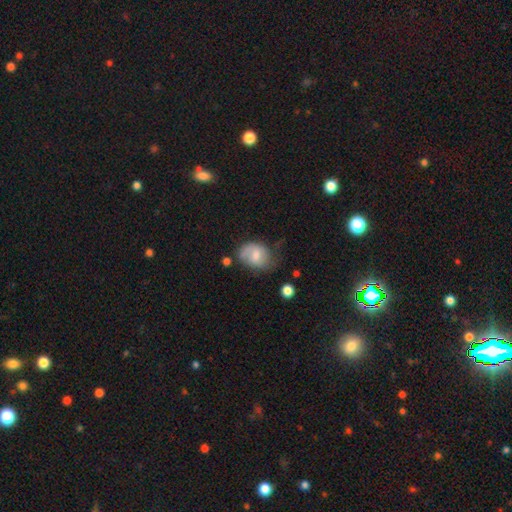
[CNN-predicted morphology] A smooth galaxy with no disk features (62%) that is in between round and cigar-shaped (67%). Merging: none (46%).